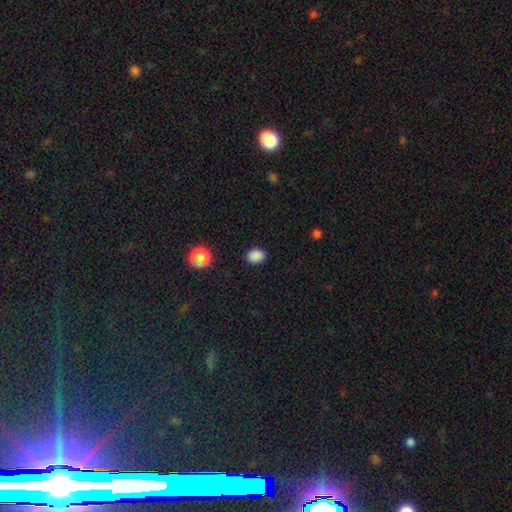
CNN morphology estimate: Overall: smooth (86%). How rounded: in between (63%; round 36%). Merging: none (88%).